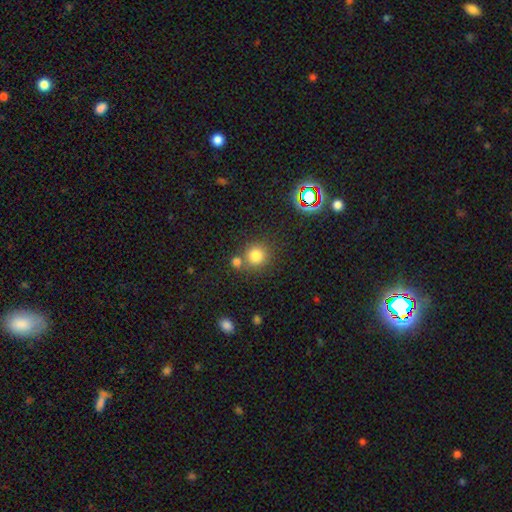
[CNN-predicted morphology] This is likely a smooth galaxy (79%). How rounded: clearly round (90%). Merging: likely none (65%).